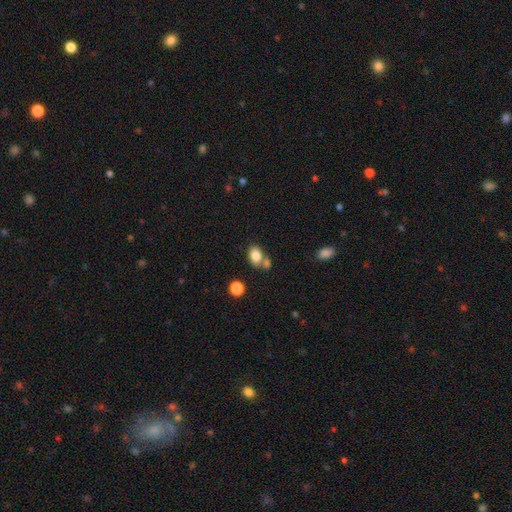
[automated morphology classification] The model was most divided on "merging": none: 55%, merger: 27%, minor disturbance: 13%, major disturbance: 4%. More confident: smooth or featured — smooth (82%); how rounded — in between (75%).